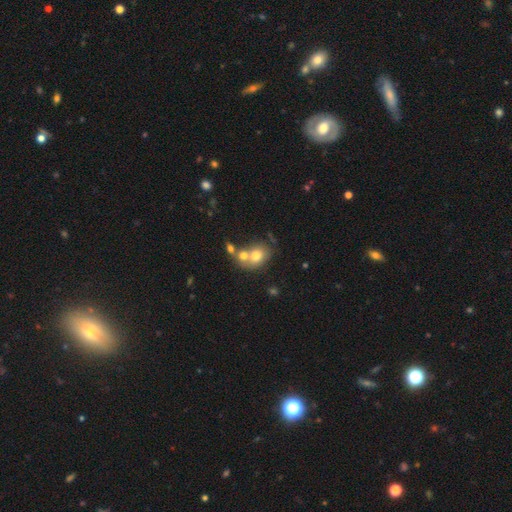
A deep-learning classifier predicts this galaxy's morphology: smooth-or-featured: smooth: 71% | featured or disk: 19% | star or artifact: 10%
  how-rounded: round: 57% | in between: 42% | cigar-shaped: 1%
  merging: merger: 55% | none: 31% | minor disturbance: 9% | major disturbance: 5%